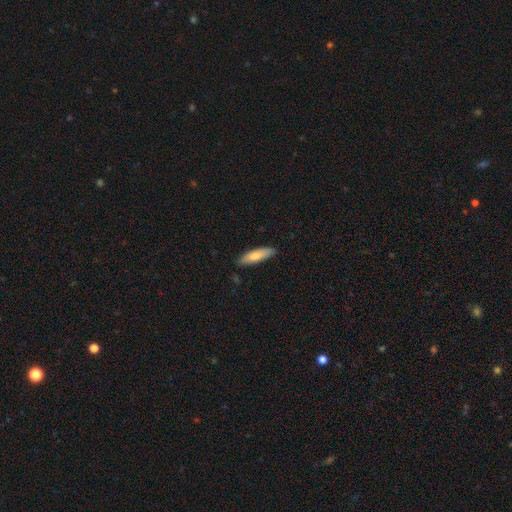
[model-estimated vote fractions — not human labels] Smooth or featured: smooth — 78% (featured or disk — 16%)
How rounded: cigar-shaped — 65% (in between — 34%)
Merging: none — 85% (minor disturbance — 12%)